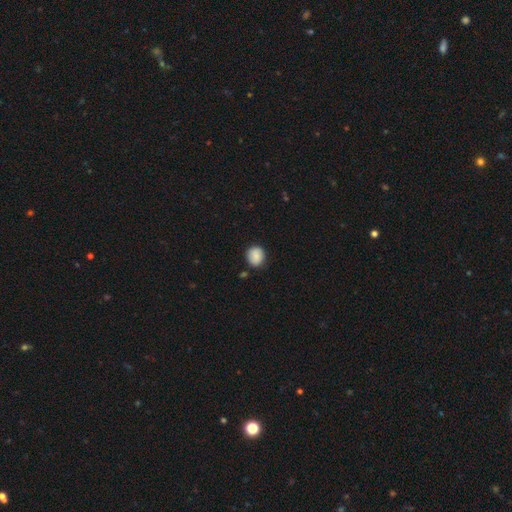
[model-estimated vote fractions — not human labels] The model was most divided on "how rounded": round: 74%, in between: 25%, cigar-shaped: 1%. More confident: smooth or featured — smooth (86%); merging — none (82%).